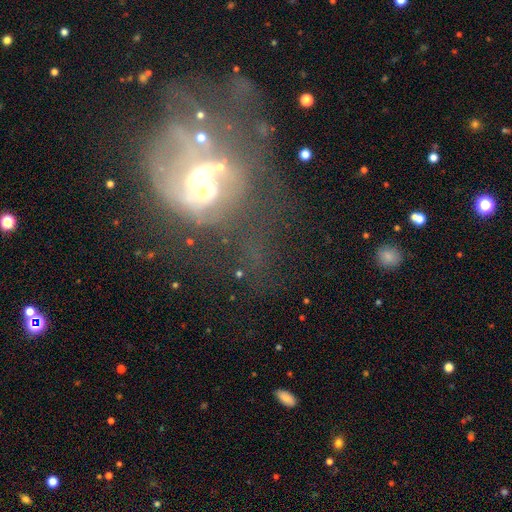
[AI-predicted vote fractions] The model was most divided on "merging": major disturbance: 36%, merger: 33%, none: 21%, minor disturbance: 11%. More confident: edge-on disk — no (95%); bar — no (78%); spiral arms — no (75%); smooth or featured — featured or disk (56%); bulge size — moderate (52%).